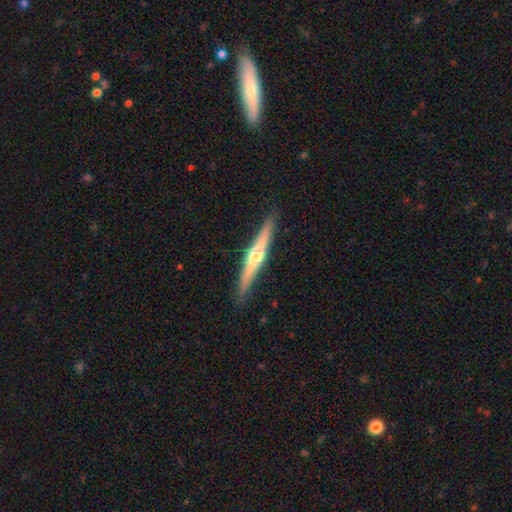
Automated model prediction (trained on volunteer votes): featured or disk 70%, smooth 24%, star or artifact 5%. Down the decision tree: edge-on disk — yes (98%); edge-on bulge — rounded (90%); merging — none (90%).